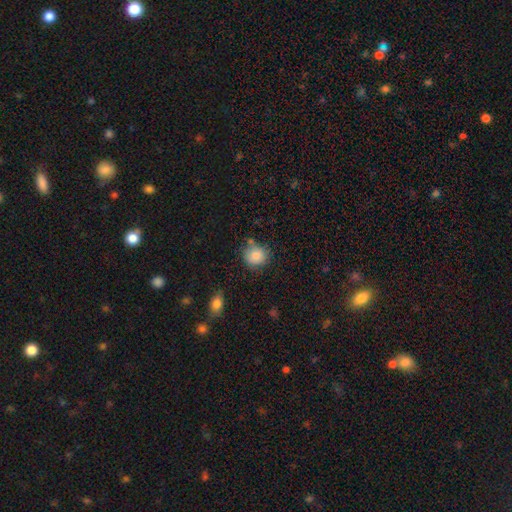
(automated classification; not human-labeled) Q: Smooth or featured?
A: smooth (84%); runner-up: star or artifact (9%)
Q: How rounded?
A: round (84%); runner-up: in between (15%)
Q: Merging?
A: none (73%); runner-up: minor disturbance (17%)